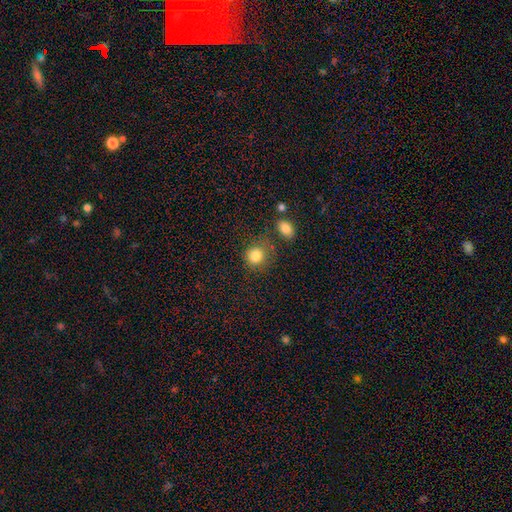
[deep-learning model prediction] Smooth or featured? smooth (84%)
How rounded? round (84%)
Merging? none (69%)